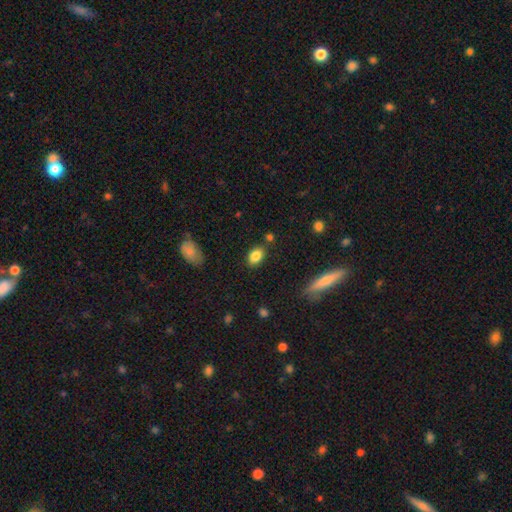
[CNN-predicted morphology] The model was most divided on "merging": none: 81%, minor disturbance: 12%, merger: 4%, major disturbance: 3%. More confident: smooth or featured — smooth (84%); how rounded — in between (84%).